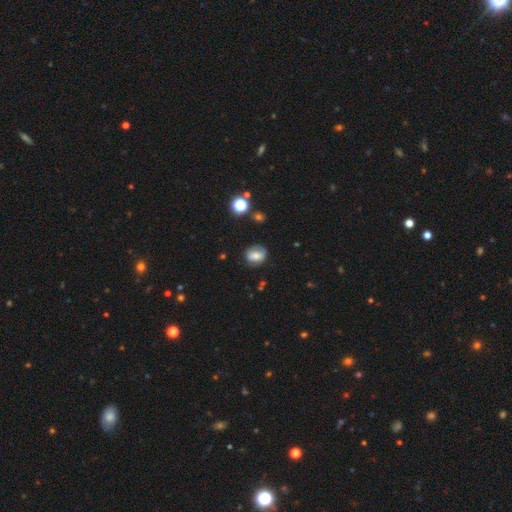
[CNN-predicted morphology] smooth-or-featured: smooth: 66% | featured or disk: 22% | star or artifact: 12%
  how-rounded: round: 58% | in between: 40% | cigar-shaped: 1%
  merging: none: 69% | minor disturbance: 21% | major disturbance: 7% | merger: 3%